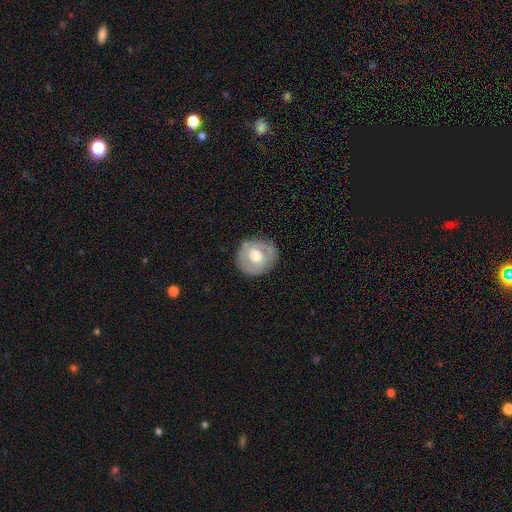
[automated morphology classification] A featured or disk galaxy (48%).

Vote fractions:
- Smooth or featured? featured or disk: 48% / smooth: 46% / star or artifact: 6%
- Merging? none: 83% / minor disturbance: 11% / major disturbance: 4% / merger: 1%